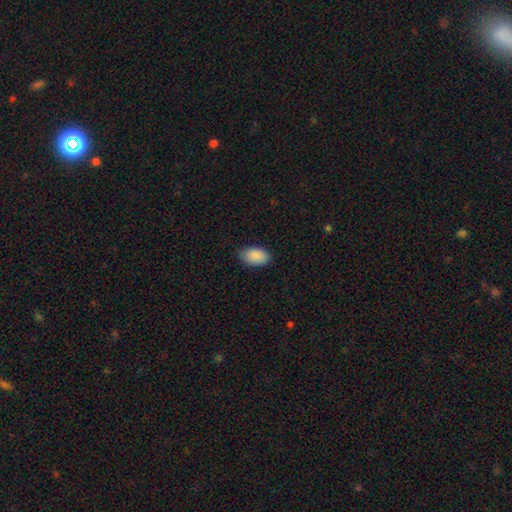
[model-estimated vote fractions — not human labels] Smooth or featured?
  - smooth: 90% *
  - star or artifact: 6%
  - featured or disk: 3%
How rounded?
  - in between: 93% *
  - round: 5%
  - cigar-shaped: 1%
Merging?
  - none: 82% *
  - minor disturbance: 14%
  - major disturbance: 2%
  - merger: 1%